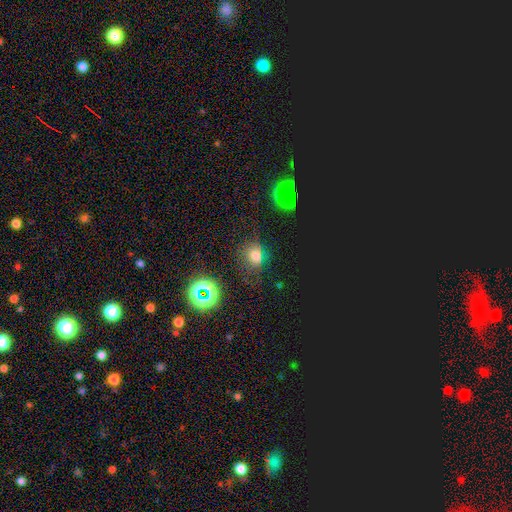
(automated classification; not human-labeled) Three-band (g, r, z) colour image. It shows a smooth galaxy with no disk features (56%) that is round (66%). Merging: none (69%).